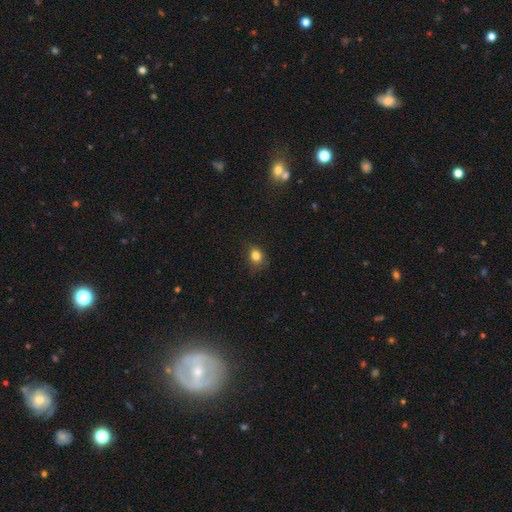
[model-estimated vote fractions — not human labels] Smooth or featured: smooth — 81% (star or artifact — 13%)
How rounded: round — 55% (in between — 44%)
Merging: none — 71% (minor disturbance — 21%)